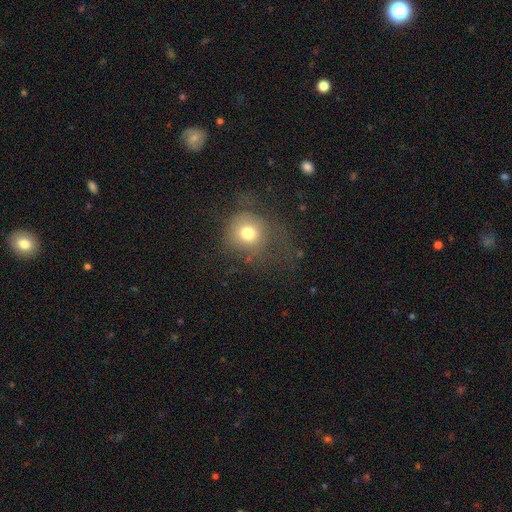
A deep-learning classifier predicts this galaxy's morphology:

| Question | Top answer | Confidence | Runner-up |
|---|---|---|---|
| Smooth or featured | smooth | 56% | star or artifact (29%) |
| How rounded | round | 80% | in between (19%) |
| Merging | none | 61% | minor disturbance (20%) |